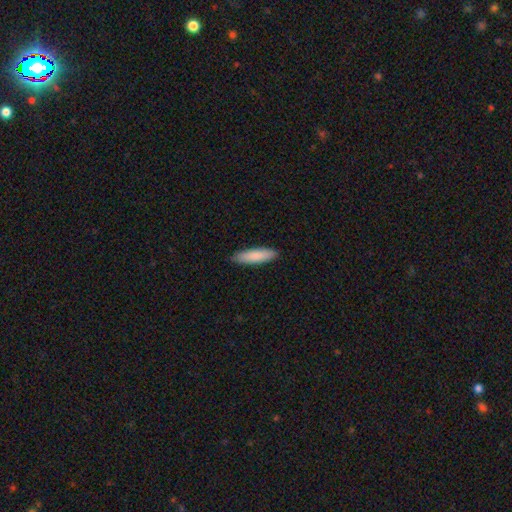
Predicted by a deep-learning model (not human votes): This appears to be a smooth galaxy with no disk features (87%) that is cigar-shaped (67%). Merging: none (88%).